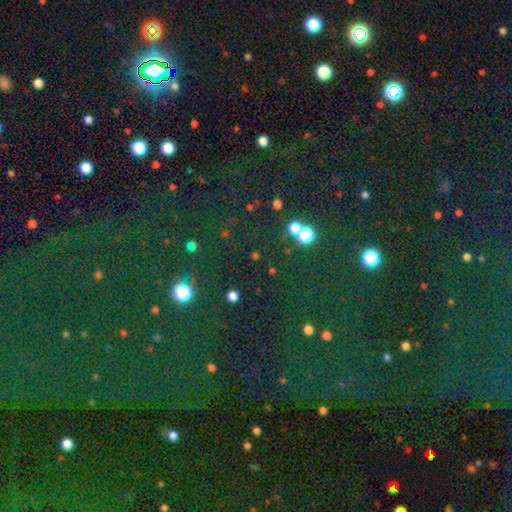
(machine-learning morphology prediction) A star or artifact, not a galaxy (61%).